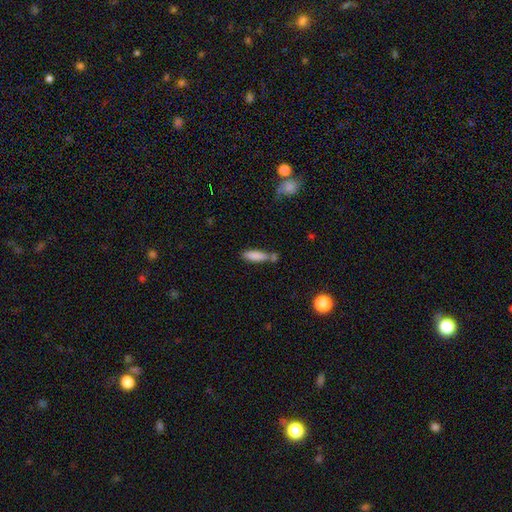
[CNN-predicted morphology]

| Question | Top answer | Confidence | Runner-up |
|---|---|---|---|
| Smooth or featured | smooth | 84% | featured or disk (9%) |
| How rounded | cigar-shaped | 56% | in between (42%) |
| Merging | none | 55% | merger (23%) |